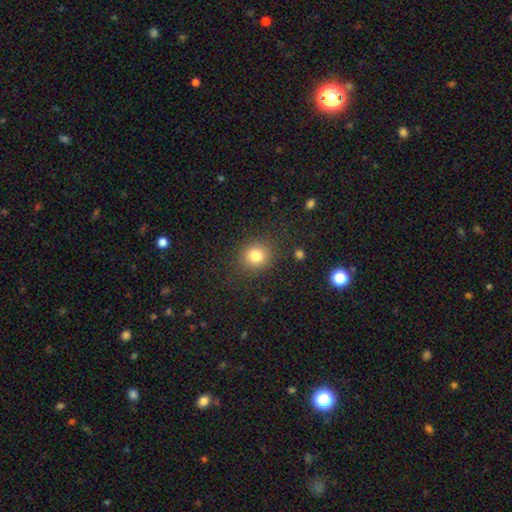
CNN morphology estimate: Smooth or featured? smooth (81%)
How rounded? round (84%)
Merging? none (86%)